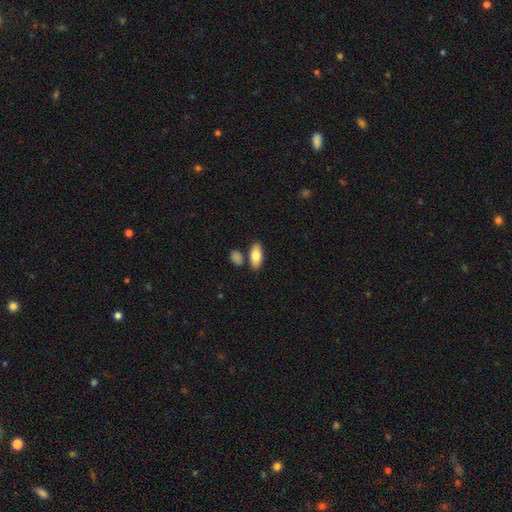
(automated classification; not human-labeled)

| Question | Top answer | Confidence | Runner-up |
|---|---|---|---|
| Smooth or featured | smooth | 80% | featured or disk (14%) |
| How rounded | in between | 88% | cigar-shaped (9%) |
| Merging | none | 77% | minor disturbance (11%) |